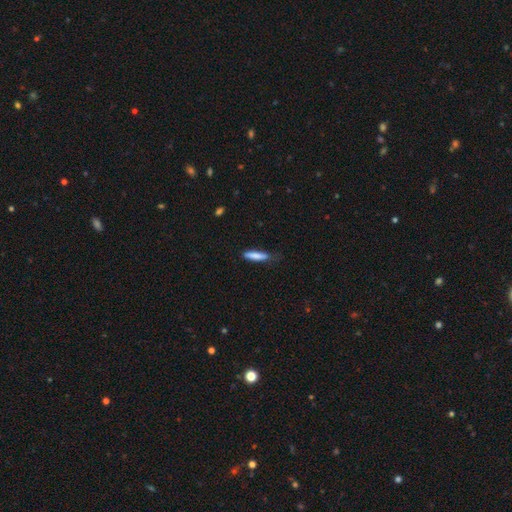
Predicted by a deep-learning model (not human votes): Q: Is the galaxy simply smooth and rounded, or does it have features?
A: smooth — 81%.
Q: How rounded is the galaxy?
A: cigar-shaped — 83%.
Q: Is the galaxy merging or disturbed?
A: none — 66%.